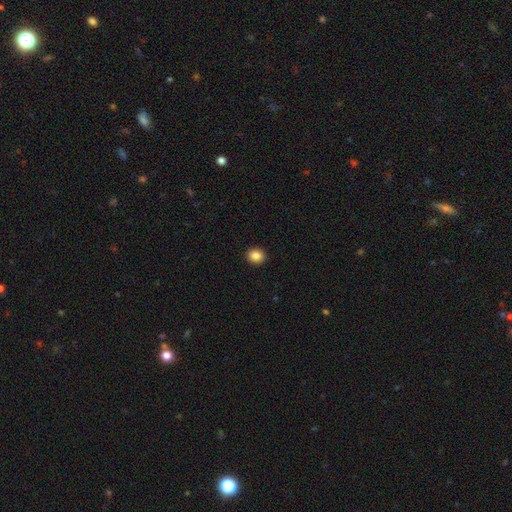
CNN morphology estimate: Smooth or featured: smooth — 86% (star or artifact — 9%)
How rounded: round — 77% (in between — 22%)
Merging: none — 93% (minor disturbance — 5%)